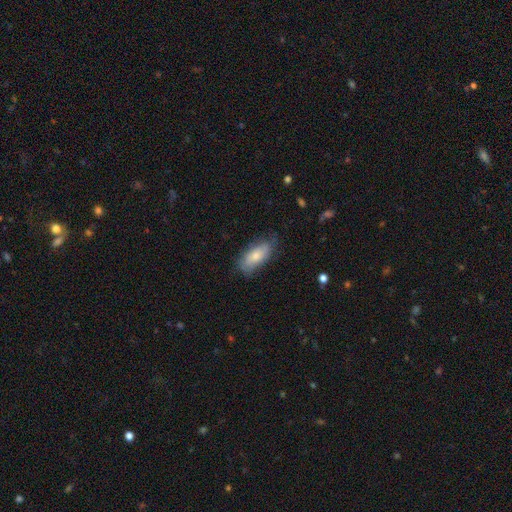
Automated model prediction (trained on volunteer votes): smooth_or_featured: smooth (p=0.68) [alt: featured or disk p=0.25]
how_rounded: in between (p=0.84) [alt: cigar-shaped p=0.14]
merging: none (p=0.67) [alt: minor disturbance p=0.25]